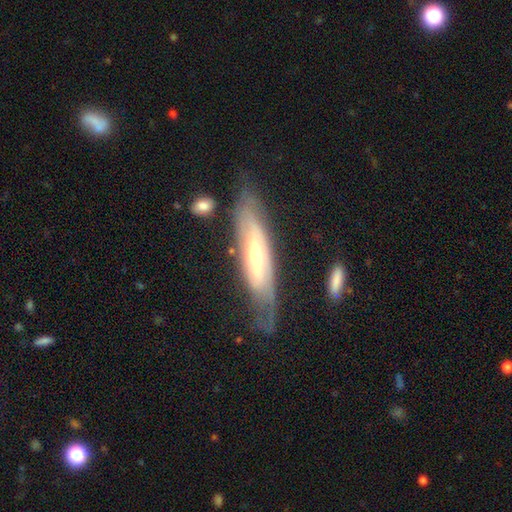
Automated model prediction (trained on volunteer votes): Overall: featured or disk (70%). Edge-on disk: no (57%; yes 43%). Merging: none (66%).